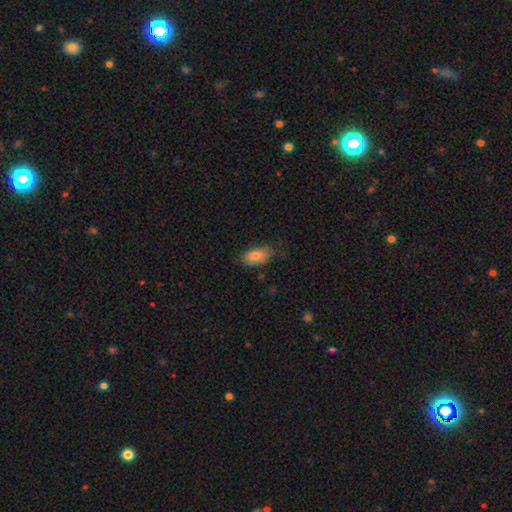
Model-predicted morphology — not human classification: smooth_or_featured: smooth (p=0.82) [alt: featured or disk p=0.10]
how_rounded: in between (p=0.91) [alt: cigar-shaped p=0.05]
merging: none (p=0.71) [alt: minor disturbance p=0.23]